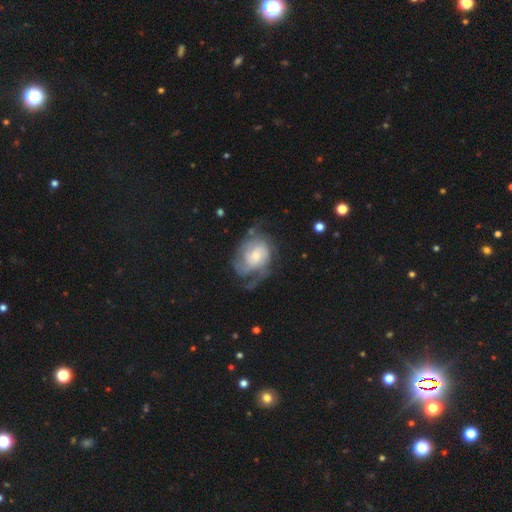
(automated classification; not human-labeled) Overall: featured or disk (75%). Edge-on disk: no (97%). Bar: no (66%; weak 30%). Spiral arms: yes (90%). Spiral arm count: can't tell (34%; 2 31%). Spiral winding: tight (44%; medium 39%). Bulge size: moderate (36%; small 33%). Merging: none (46%; major disturbance 27%).